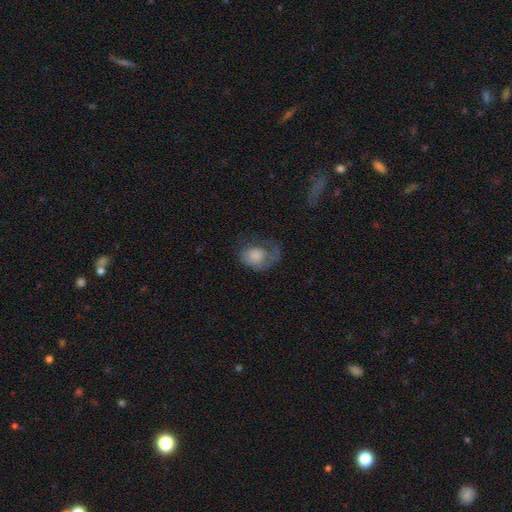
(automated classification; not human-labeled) smooth_or_featured: smooth (p=0.65) [alt: featured or disk p=0.27]
how_rounded: in between (p=0.55) [alt: round p=0.44]
merging: major disturbance (p=0.46) [alt: none p=0.28]